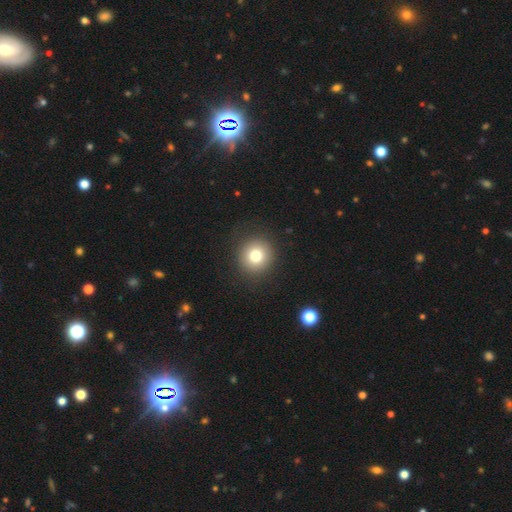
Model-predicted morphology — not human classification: type=smooth (78%); roundness=round (93%); merging=none (89%).